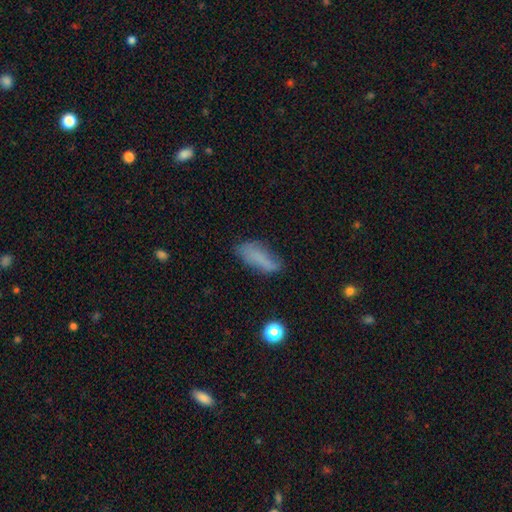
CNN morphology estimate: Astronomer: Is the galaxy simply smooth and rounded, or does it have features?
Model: smooth — 72%.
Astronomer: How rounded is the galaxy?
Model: in between — 62%.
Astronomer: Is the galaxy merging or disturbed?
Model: none — 58%.